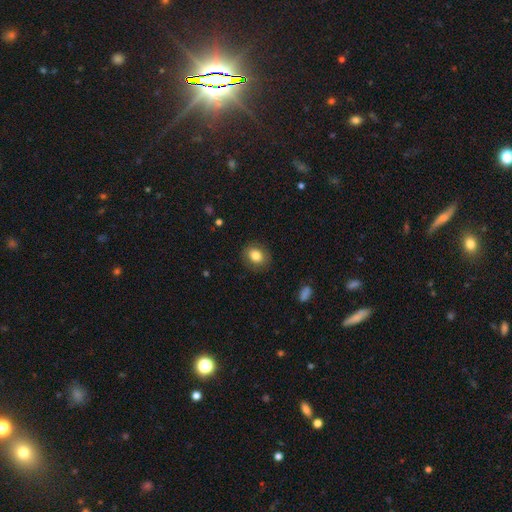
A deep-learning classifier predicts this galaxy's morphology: A smooth galaxy with no disk features (81%) that is round (61%). Merging: none (86%).